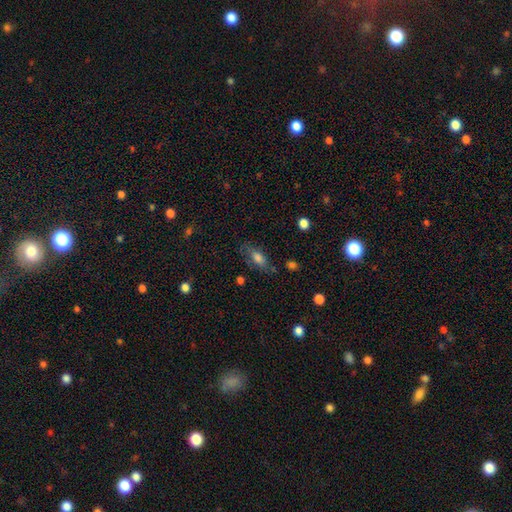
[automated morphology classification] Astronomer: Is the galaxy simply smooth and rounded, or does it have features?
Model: smooth — 58%.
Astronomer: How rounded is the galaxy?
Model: in between — 76%.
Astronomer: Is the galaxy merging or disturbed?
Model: none — 72%.